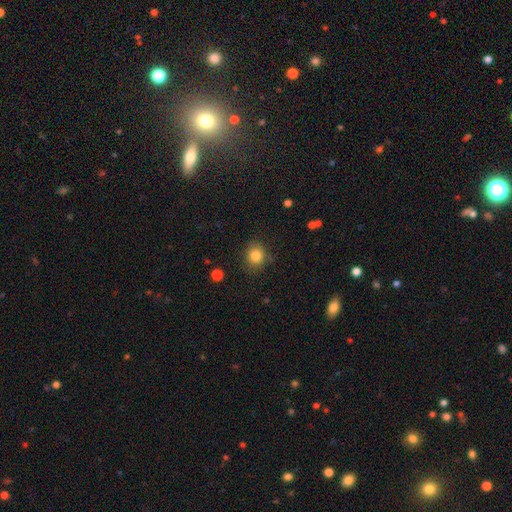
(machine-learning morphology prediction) The model was most divided on "how rounded": round: 79%, in between: 20%, cigar-shaped: 1%. More confident: merging — none (84%); smooth or featured — smooth (83%).